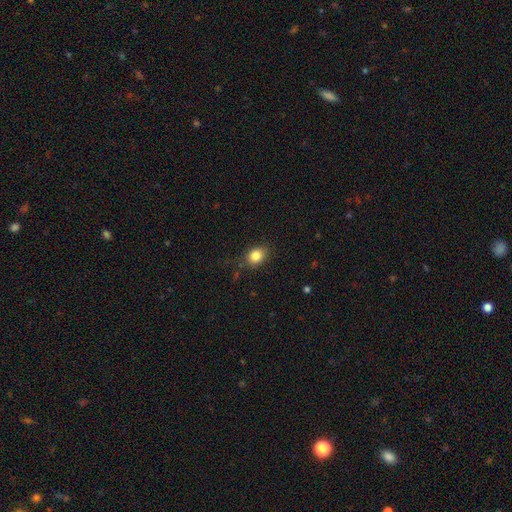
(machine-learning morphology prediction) The model was most divided on "how rounded": in between: 56%, round: 43%, cigar-shaped: 1%. More confident: smooth or featured — smooth (84%); merging — none (81%).